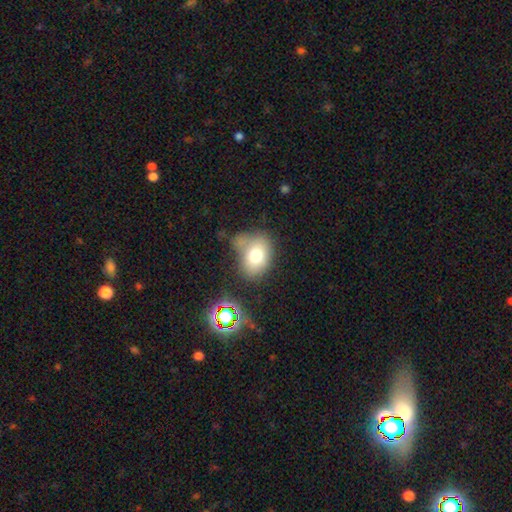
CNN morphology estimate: Smooth or featured?
  - smooth: 71% *
  - featured or disk: 16%
  - star or artifact: 13%
How rounded?
  - in between: 63% *
  - round: 36%
  - cigar-shaped: 1%
Merging?
  - none: 46% *
  - minor disturbance: 26%
  - major disturbance: 14%
  - merger: 14%